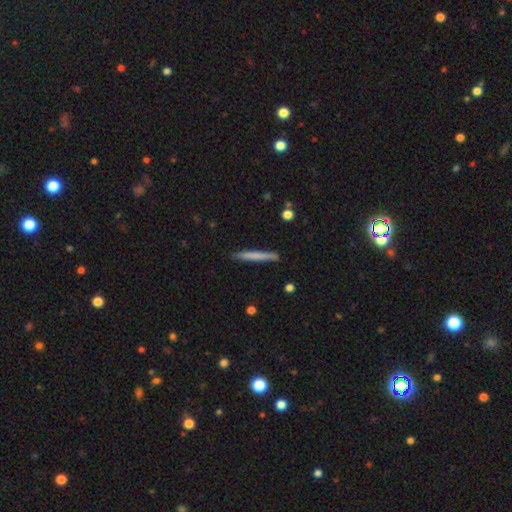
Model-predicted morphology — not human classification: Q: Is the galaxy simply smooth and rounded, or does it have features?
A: smooth — 66%.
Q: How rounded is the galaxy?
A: cigar-shaped — 96%.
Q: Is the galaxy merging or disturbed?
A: none — 89%.